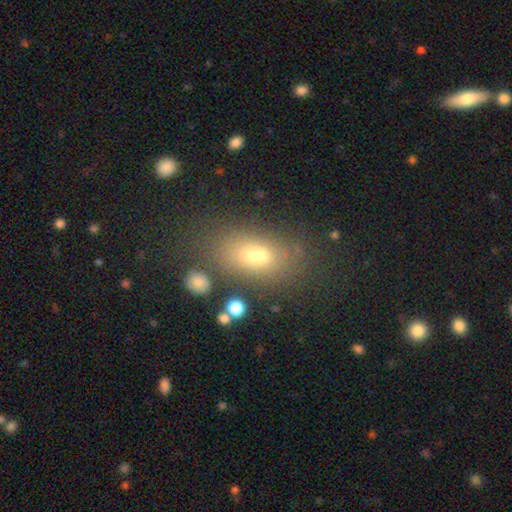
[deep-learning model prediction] Morphology: type=smooth (67%); roundness=in between (82%); merging=none (68%).